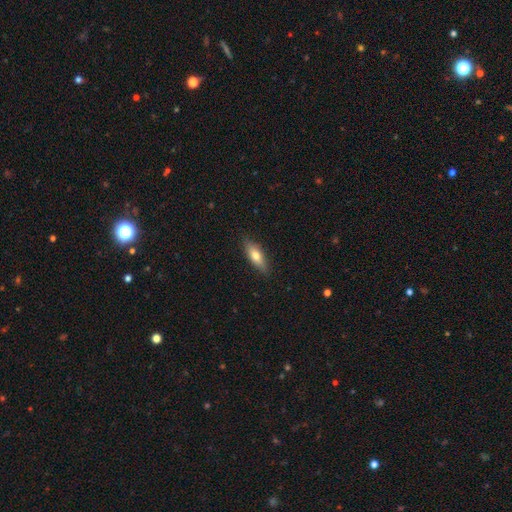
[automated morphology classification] type=smooth (67%); roundness=in between (57%); merging=none (85%).